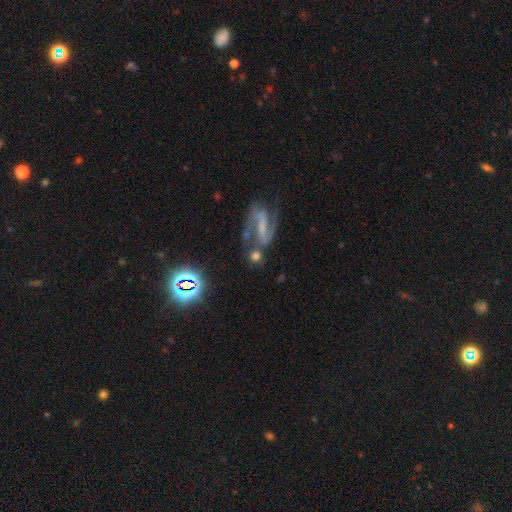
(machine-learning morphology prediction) smooth 46%, featured or disk 36%, star or artifact 18%. Down the decision tree: merging — none (53%).